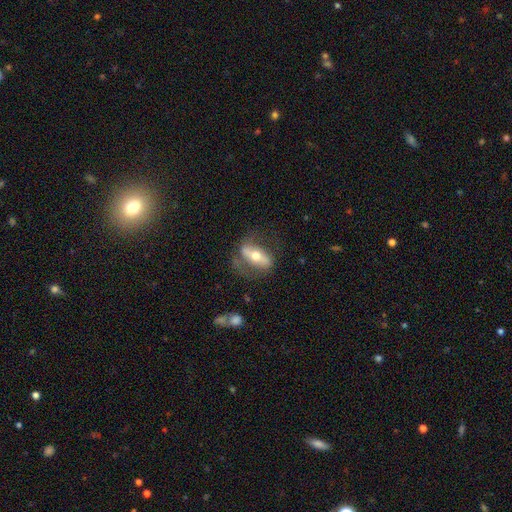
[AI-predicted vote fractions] This appears to be a featured or disk galaxy (60%). Merging: none (61%).